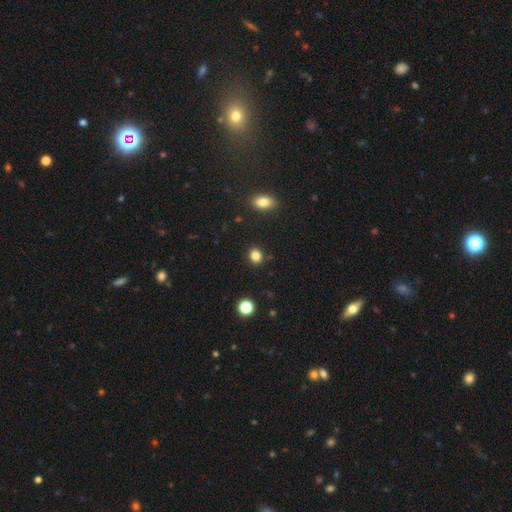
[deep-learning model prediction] This appears to be a smooth galaxy with no disk features (84%) that is round (66%). Merging: none (88%).